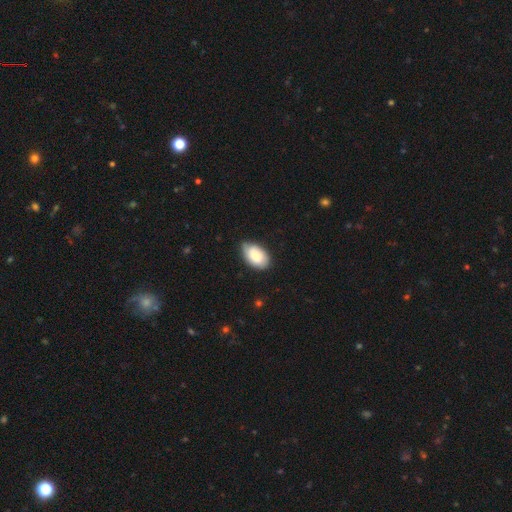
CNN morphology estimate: This is likely a smooth galaxy (79%). How rounded: clearly in between (93%). Merging: likely none (70%).